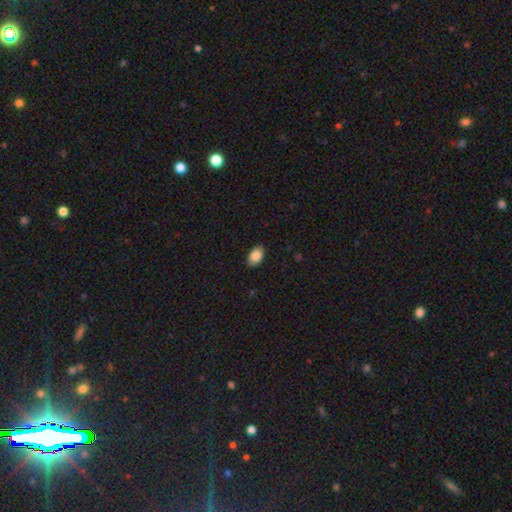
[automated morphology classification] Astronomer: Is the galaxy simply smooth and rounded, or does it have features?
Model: smooth — 85%.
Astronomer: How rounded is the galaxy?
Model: in between — 90%.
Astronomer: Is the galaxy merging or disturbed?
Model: none — 89%.